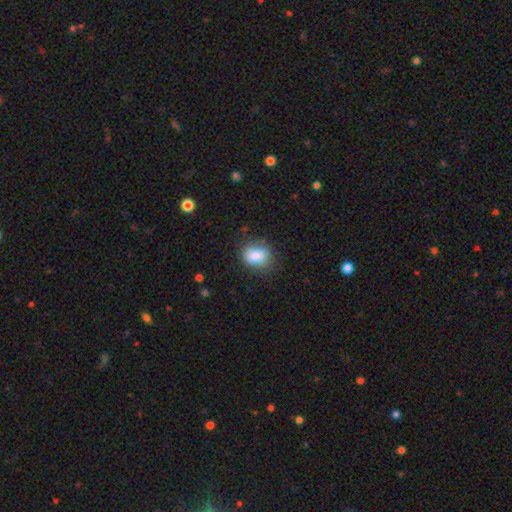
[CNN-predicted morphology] Smooth or featured: smooth — 84% (star or artifact — 9%)
How rounded: in between — 58% (round — 40%)
Merging: none — 71% (minor disturbance — 21%)